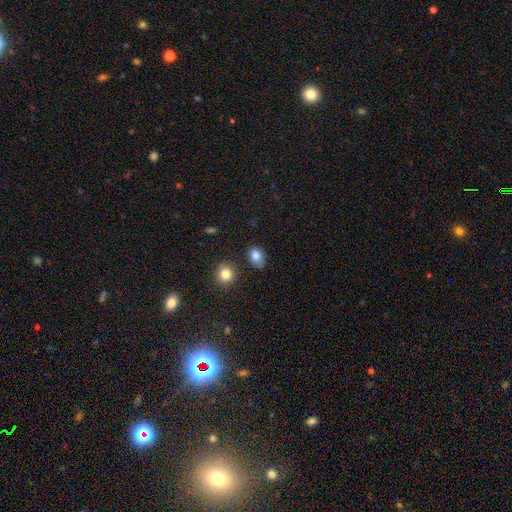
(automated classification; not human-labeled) This is clearly a smooth galaxy (84%). How rounded: likely in between (71%). Merging: likely none (78%).